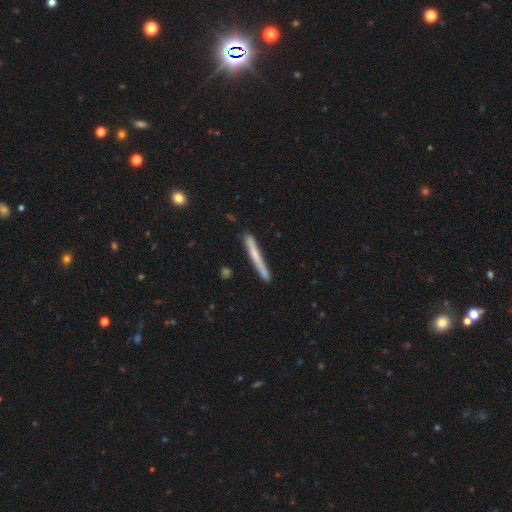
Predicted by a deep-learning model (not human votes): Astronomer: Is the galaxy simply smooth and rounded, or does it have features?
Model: smooth — 54% (runner-up: featured or disk, 40%).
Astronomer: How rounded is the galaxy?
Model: cigar-shaped — 97%.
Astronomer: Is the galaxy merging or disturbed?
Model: none — 86%.